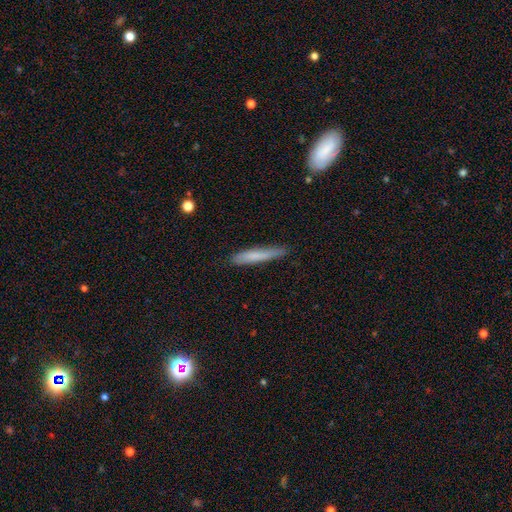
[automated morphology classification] Smooth or featured: smooth — 74% (featured or disk — 20%)
How rounded: cigar-shaped — 94% (in between — 5%)
Merging: none — 78% (minor disturbance — 17%)